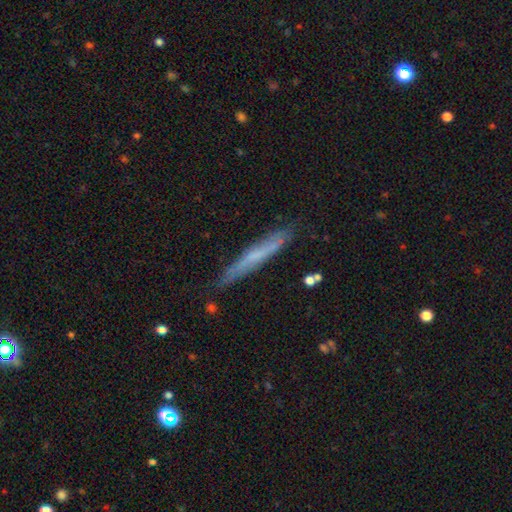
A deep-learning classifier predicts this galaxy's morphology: smooth 50%, featured or disk 44%, star or artifact 7%. Down the decision tree: merging — none (80%).